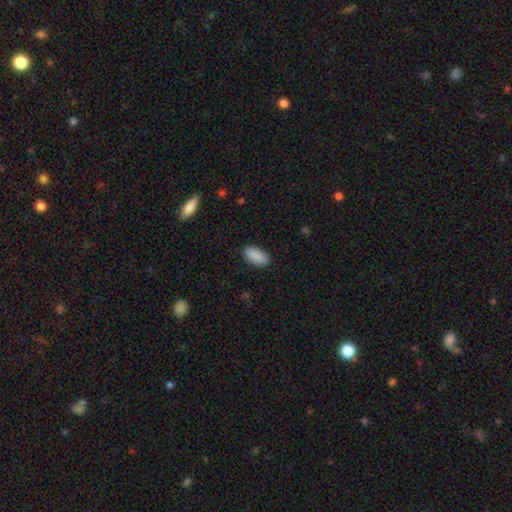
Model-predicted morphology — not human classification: Q: Smooth or featured?
A: smooth (90%); runner-up: star or artifact (7%)
Q: How rounded?
A: in between (93%); runner-up: cigar-shaped (5%)
Q: Merging?
A: none (87%); runner-up: minor disturbance (9%)